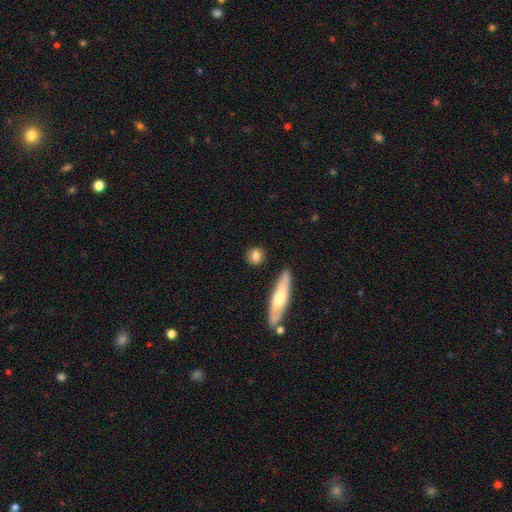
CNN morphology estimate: A smooth galaxy with no disk features (81%) that is round (74%).

Vote fractions:
- Smooth or featured? smooth: 81% / featured or disk: 12% / star or artifact: 7%
- How rounded? round: 74% / in between: 17% / cigar-shaped: 9%
- Merging? none: 85% / minor disturbance: 9% / merger: 3% / major disturbance: 2%